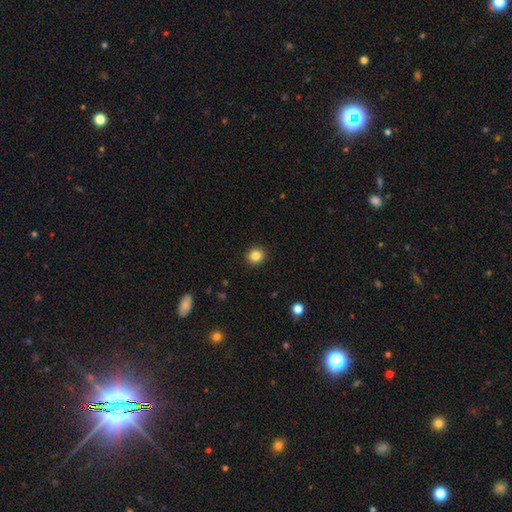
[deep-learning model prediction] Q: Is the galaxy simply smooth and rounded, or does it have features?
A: smooth — 85%.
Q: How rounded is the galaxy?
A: round — 85%.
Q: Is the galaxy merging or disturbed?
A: none — 92%.